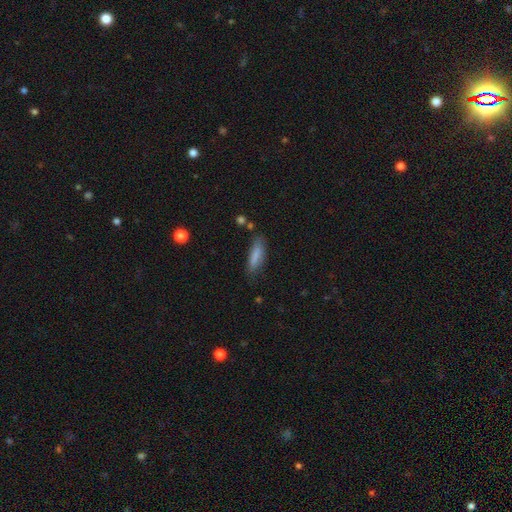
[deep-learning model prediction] Morphology: type=smooth (82%); roundness=cigar-shaped (55%); merging=none (71%).